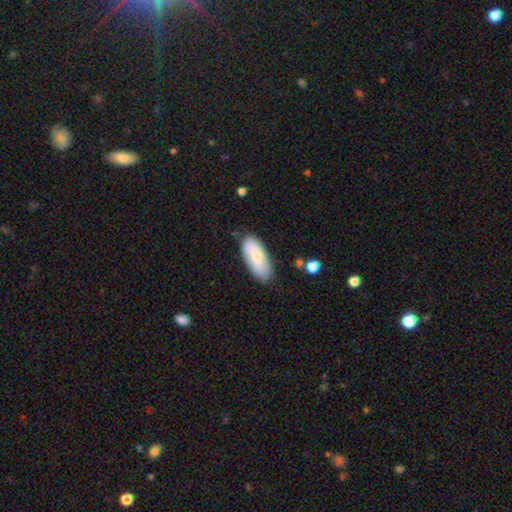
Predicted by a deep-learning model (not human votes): smooth 73%, featured or disk 21%, star or artifact 6%. Down the decision tree: how rounded — in between (87%); merging — none (77%).